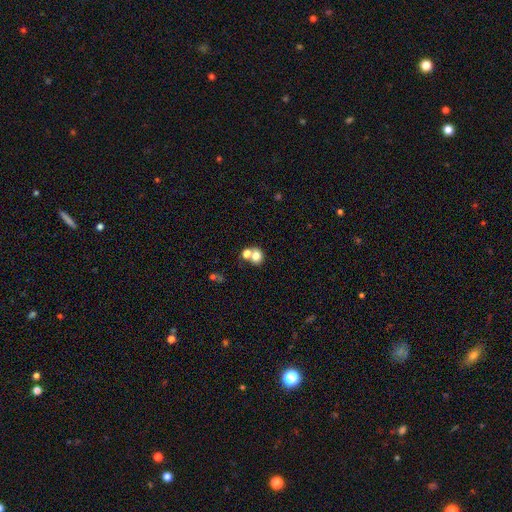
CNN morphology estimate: smooth 75%, star or artifact 13%, featured or disk 12%. Down the decision tree: how rounded — round (76%); merging — none (46%).